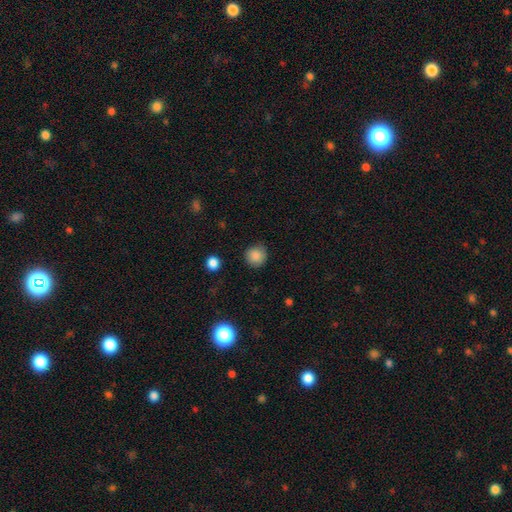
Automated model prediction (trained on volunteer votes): This is clearly a smooth galaxy (86%). How rounded: clearly round (93%). Merging: clearly none (85%).